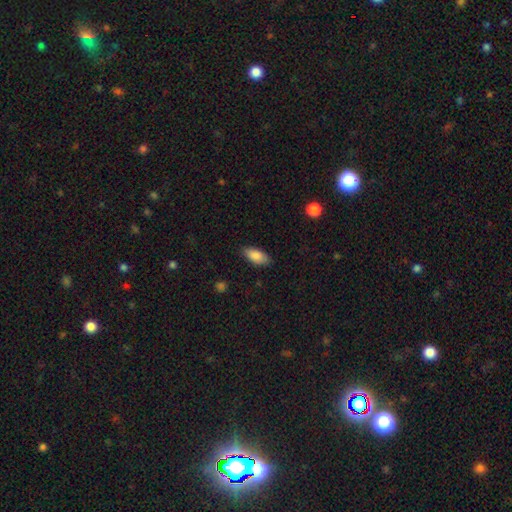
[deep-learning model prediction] This is clearly a smooth galaxy (86%). How rounded: clearly in between (88%). Merging: clearly none (84%).